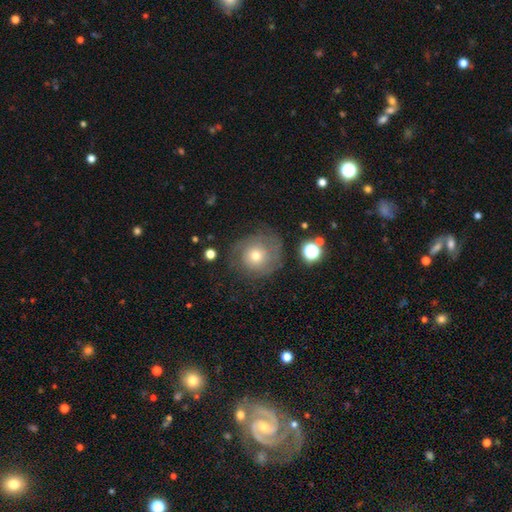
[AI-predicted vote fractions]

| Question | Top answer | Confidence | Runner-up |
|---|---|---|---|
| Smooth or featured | featured or disk | 49% | smooth (39%) |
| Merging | none | 69% | minor disturbance (18%) |